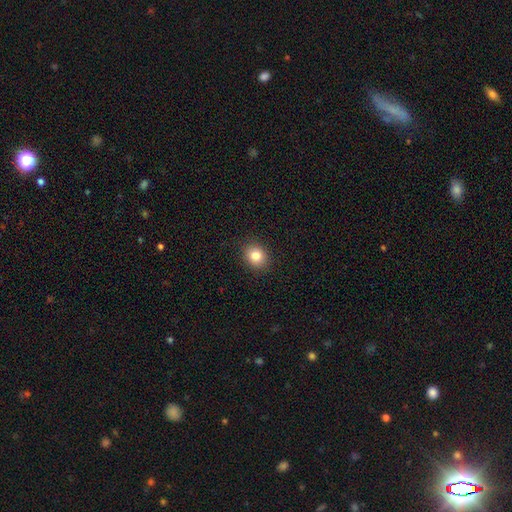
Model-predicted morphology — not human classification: A smooth galaxy with no disk features (82%) that is round (66%). Merging: none (90%).